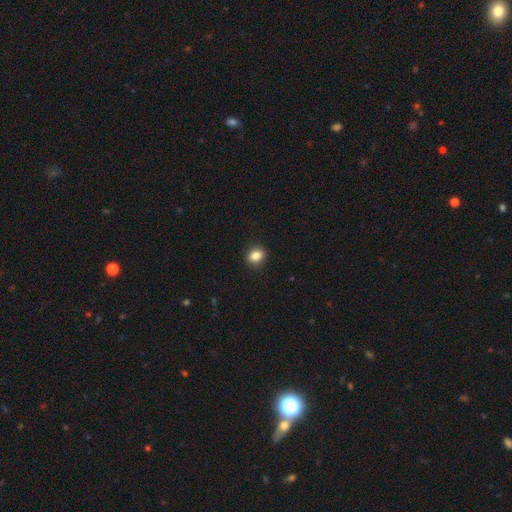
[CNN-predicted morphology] Smooth or featured? Predicted: smooth (p=0.85). How rounded? Predicted: round (p=0.54). Merging? Predicted: none (p=0.88).